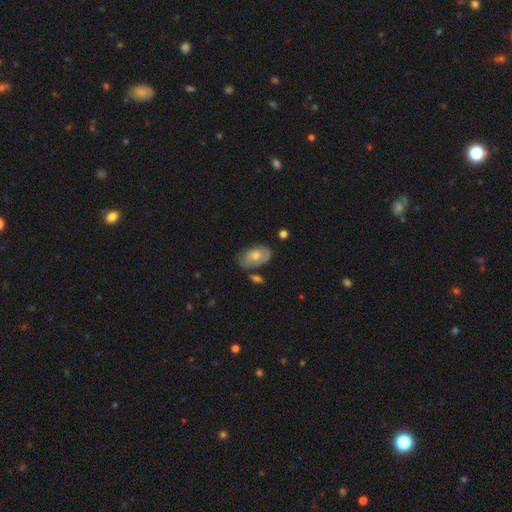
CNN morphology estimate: smooth 47%, featured or disk 45%, star or artifact 8%. Down the decision tree: merging — none (64%).